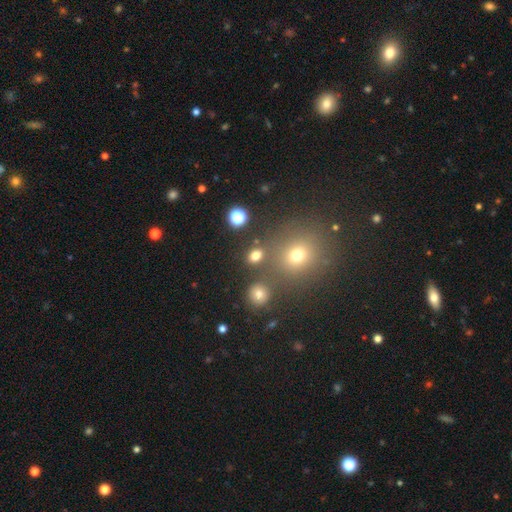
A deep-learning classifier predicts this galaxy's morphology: Smooth or featured? smooth (72%)
How rounded? round (54%)
Merging? none (76%)